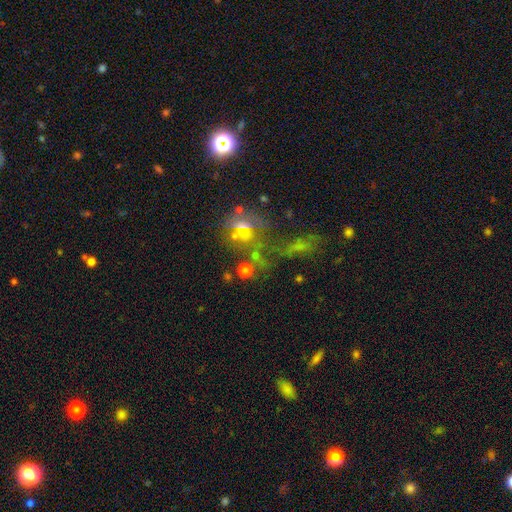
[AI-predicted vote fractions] Smooth or featured? Predicted: smooth (p=0.39). Merging? Predicted: none (p=0.43).